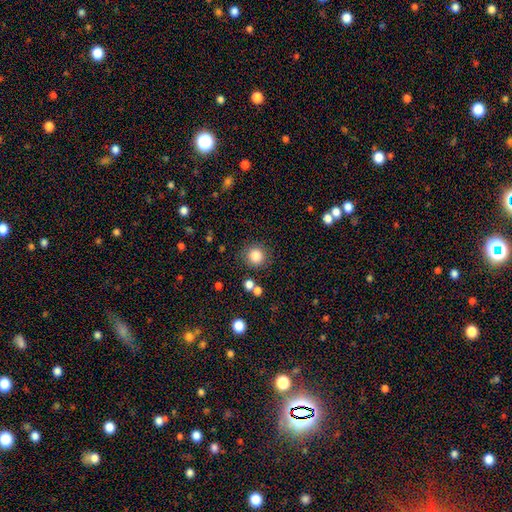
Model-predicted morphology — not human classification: A smooth galaxy with no disk features (84%) that is round (92%).

Vote fractions:
- Smooth or featured? smooth: 84% / star or artifact: 11% / featured or disk: 5%
- How rounded? round: 92% / in between: 7% / cigar-shaped: 1%
- Merging? none: 84% / minor disturbance: 8% / merger: 4% / major disturbance: 4%